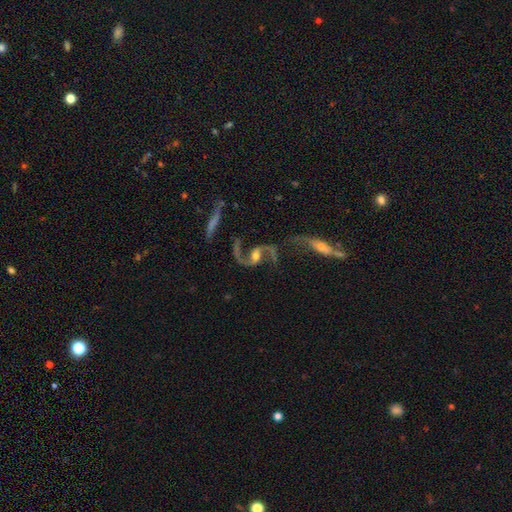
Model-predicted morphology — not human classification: type=featured or disk (91%); edge-on=no (96%); bar=no (46%); spiral arms=yes (97%); winding=loose (73%); arm count=2 (93%); bulge=moderate (64%); merging=none (59%).